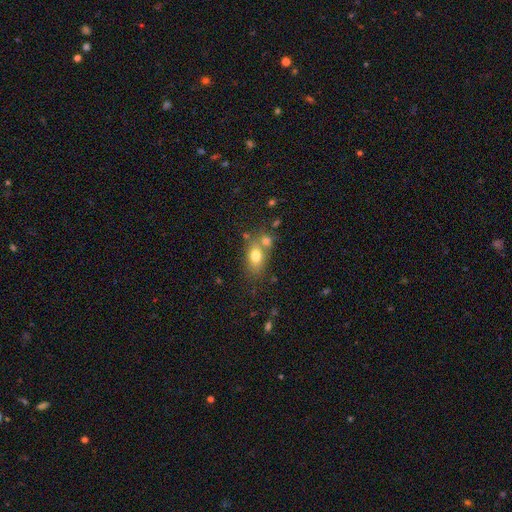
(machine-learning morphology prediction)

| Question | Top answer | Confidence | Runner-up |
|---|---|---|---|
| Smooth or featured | smooth | 76% | featured or disk (14%) |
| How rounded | in between | 78% | round (19%) |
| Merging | none | 51% | merger (30%) |